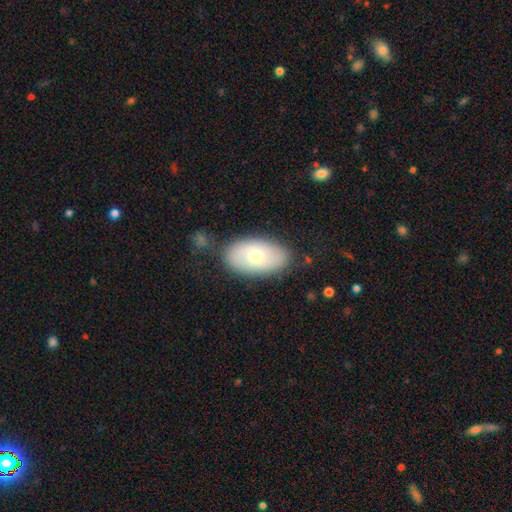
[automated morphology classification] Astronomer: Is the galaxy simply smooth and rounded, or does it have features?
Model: smooth — 63%.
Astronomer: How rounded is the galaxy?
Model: in between — 93%.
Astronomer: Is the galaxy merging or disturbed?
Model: none — 80%.